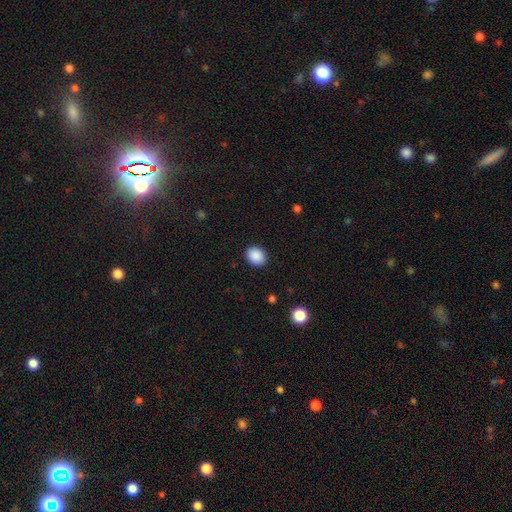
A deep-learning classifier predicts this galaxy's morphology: A smooth galaxy with no disk features (90%) that is round (51%).

Vote fractions:
- Smooth or featured? smooth: 90% / star or artifact: 8% / featured or disk: 3%
- How rounded? round: 51% / in between: 48% / cigar-shaped: 1%
- Merging? none: 90% / minor disturbance: 7% / major disturbance: 2% / merger: 1%